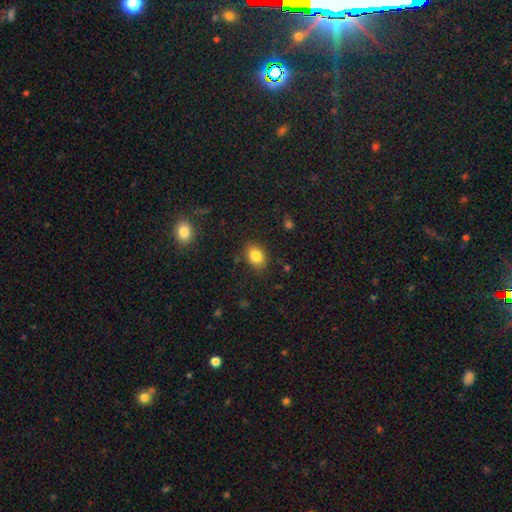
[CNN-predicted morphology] Overall: smooth (84%). How rounded: in between (74%). Merging: none (83%).